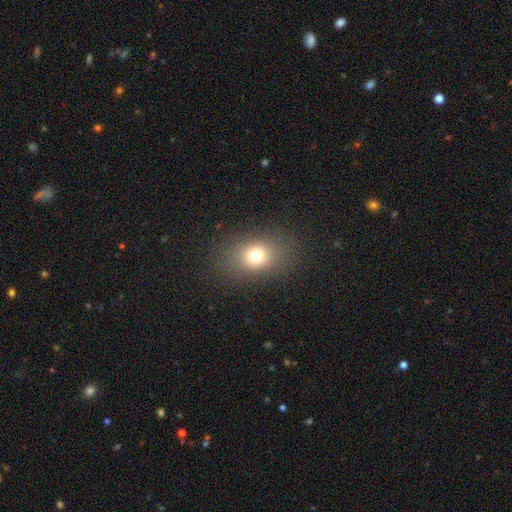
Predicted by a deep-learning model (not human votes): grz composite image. It shows a smooth galaxy with no disk features (72%) that is in between round and cigar-shaped (56%). Merging: none (83%).